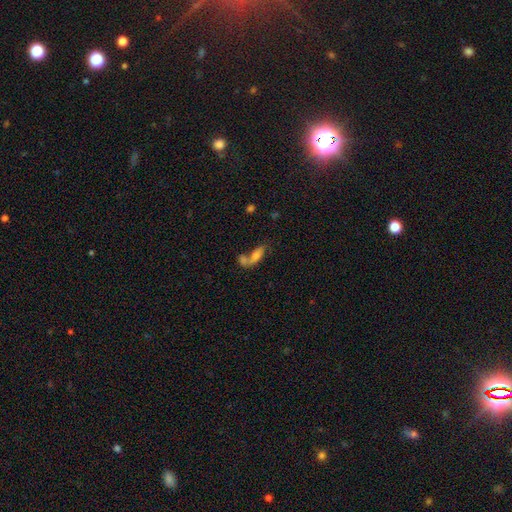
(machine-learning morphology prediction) This appears to be a smooth galaxy with no disk features (63%) that is in between round and cigar-shaped (68%). Merging: merger (54%).